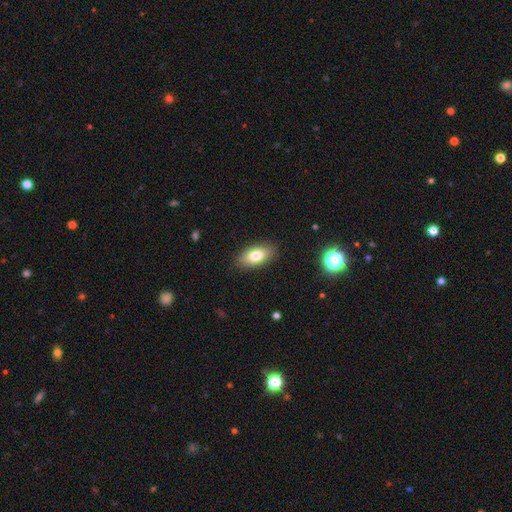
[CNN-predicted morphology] Smooth or featured? smooth (78%)
How rounded? in between (89%)
Merging? none (88%)